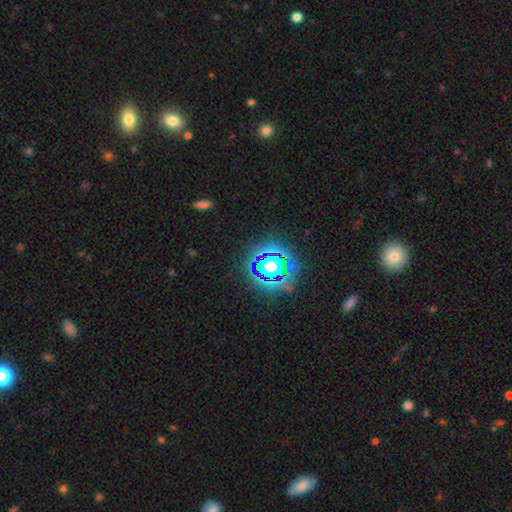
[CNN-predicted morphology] type=star or artifact (79%).